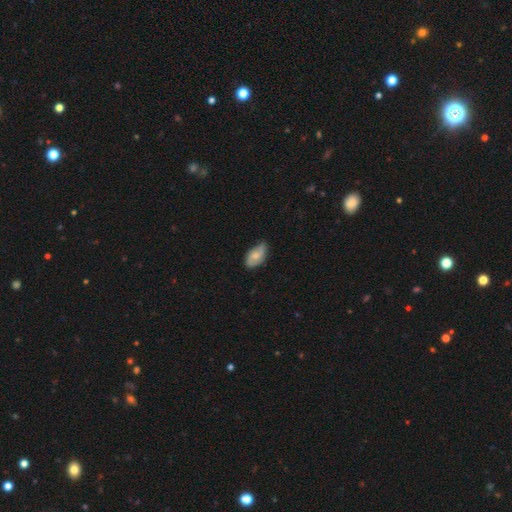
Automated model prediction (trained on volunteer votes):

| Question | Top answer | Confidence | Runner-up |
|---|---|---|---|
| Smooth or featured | smooth | 60% | featured or disk (34%) |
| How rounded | in between | 93% | round (4%) |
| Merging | none | 63% | minor disturbance (31%) |